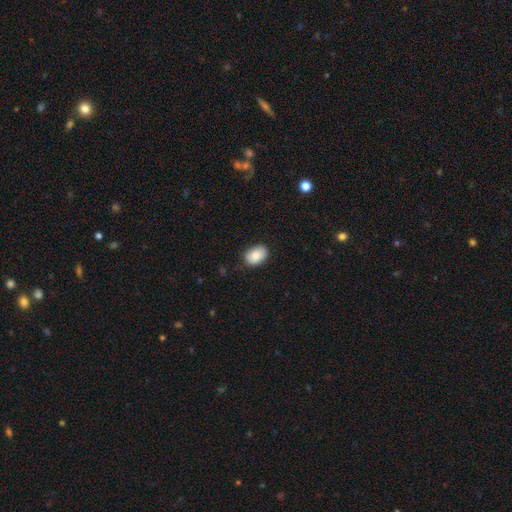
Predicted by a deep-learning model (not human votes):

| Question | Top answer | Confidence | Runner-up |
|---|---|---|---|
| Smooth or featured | smooth | 86% | featured or disk (7%) |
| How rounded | in between | 83% | round (16%) |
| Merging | none | 82% | minor disturbance (15%) |